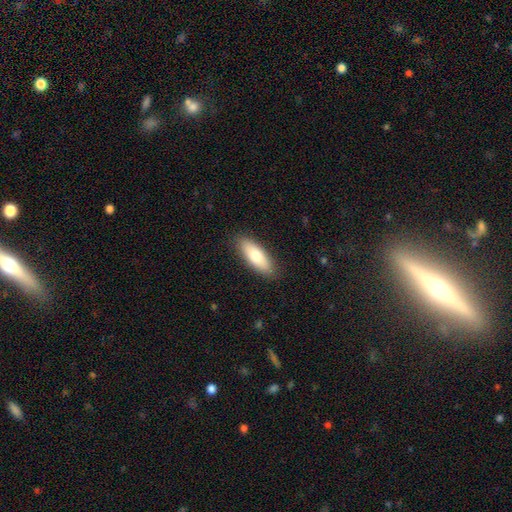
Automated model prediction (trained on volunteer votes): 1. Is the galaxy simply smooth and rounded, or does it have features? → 74% smooth, 20% featured or disk, 6% star or artifact.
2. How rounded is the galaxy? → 66% in between, 31% cigar-shaped, 2% round.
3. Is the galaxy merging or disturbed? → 88% none, 9% minor disturbance, 2% major disturbance, 1% merger.